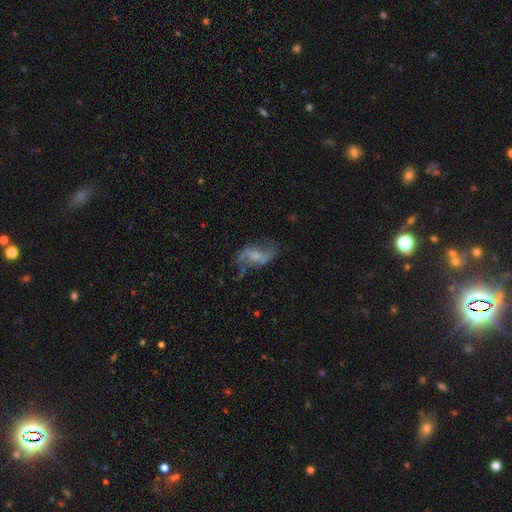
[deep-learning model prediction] Smooth or featured? featured or disk (72%)
Edge-on disk? no (95%)
Bar? weak (46%)
Spiral arms? yes (86%)
Spiral winding? loose (77%)
Spiral arm count? 2 (87%)
Bulge size? small (36%)
Merging? none (55%)